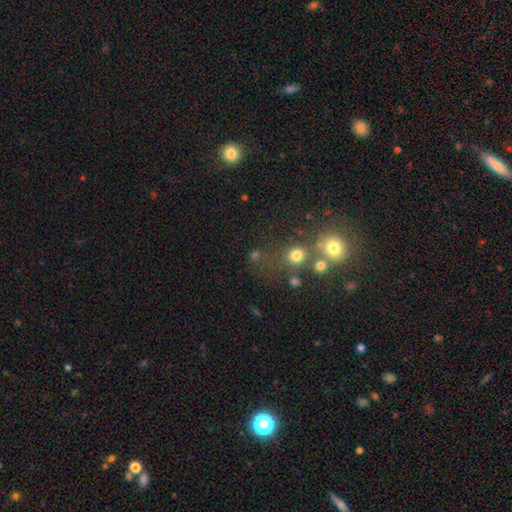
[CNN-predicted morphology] This is likely a smooth galaxy (63%). How rounded: clearly round (83%). Merging: likely none (61%).